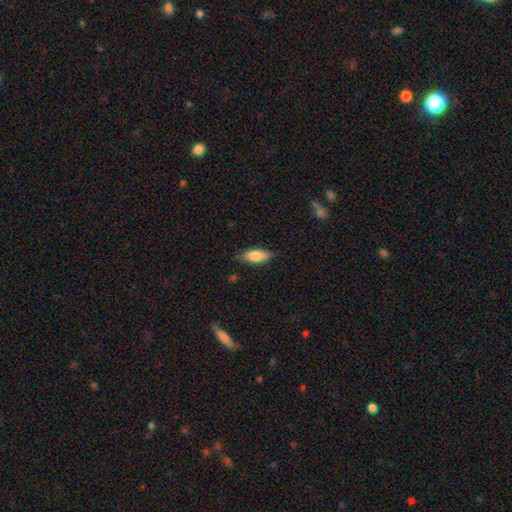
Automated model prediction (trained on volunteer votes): Smooth or featured? Predicted: smooth (p=0.79). How rounded? Predicted: in between (p=0.80). Merging? Predicted: none (p=0.80).